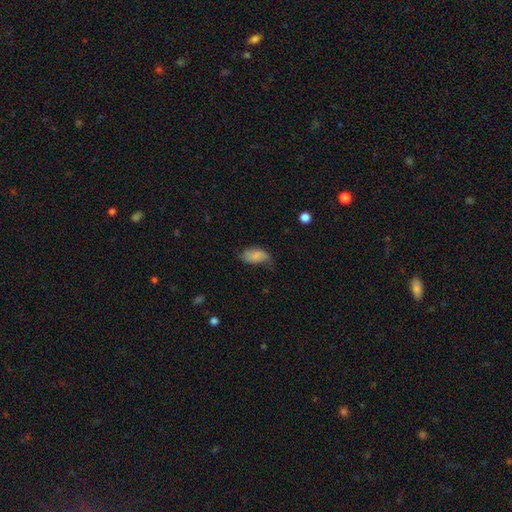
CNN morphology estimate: Smooth or featured: smooth — 74% (featured or disk — 18%)
How rounded: in between — 93% (round — 4%)
Merging: none — 46% (minor disturbance — 37%)